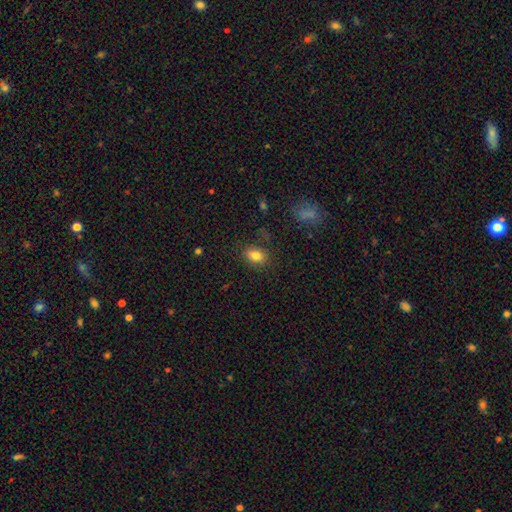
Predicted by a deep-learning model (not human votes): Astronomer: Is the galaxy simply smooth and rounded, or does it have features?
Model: smooth — 80%.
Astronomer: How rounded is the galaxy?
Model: in between — 76%.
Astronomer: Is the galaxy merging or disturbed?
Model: none — 80%.